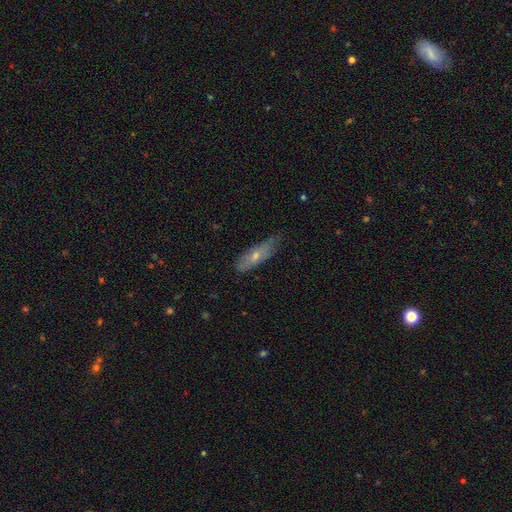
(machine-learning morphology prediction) The model was most divided on "smooth or featured": smooth: 52%, featured or disk: 40%, star or artifact: 8%. More confident: merging — none (66%); how rounded — cigar-shaped (60%).